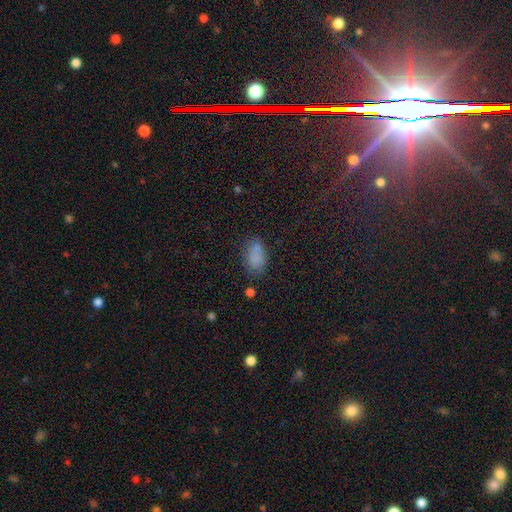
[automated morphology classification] This appears to be a smooth galaxy with no disk features (80%) that is in between round and cigar-shaped (91%). Merging: none (65%).